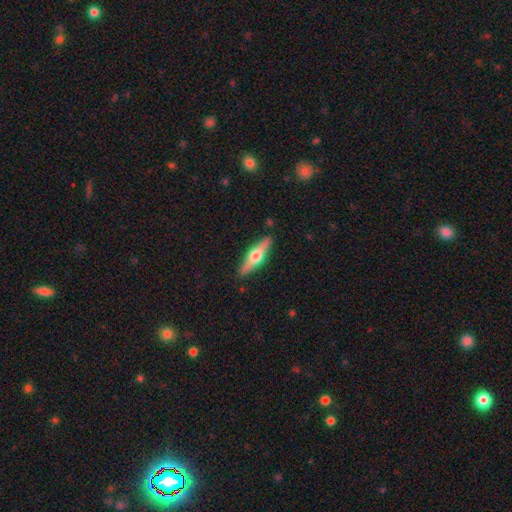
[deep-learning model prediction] Smooth or featured: featured or disk — 57% (smooth — 38%)
Edge-on disk: yes — 92% (no — 8%)
Edge-on bulge: rounded — 94% (boxy — 3%)
Merging: none — 88% (minor disturbance — 9%)